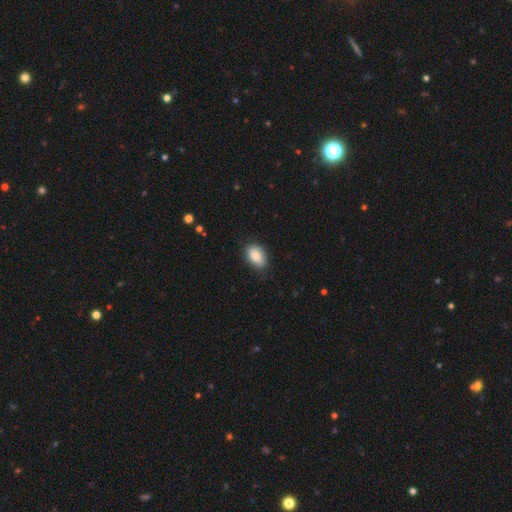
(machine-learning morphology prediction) This appears to be a smooth galaxy with no disk features (84%) that is in between round and cigar-shaped (87%). Merging: none (79%).